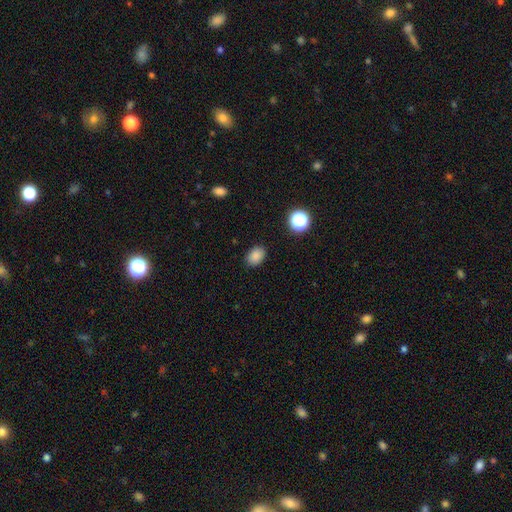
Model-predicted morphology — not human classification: Smooth or featured: smooth — 85% (star or artifact — 11%)
How rounded: in between — 73% (round — 26%)
Merging: none — 86% (minor disturbance — 10%)